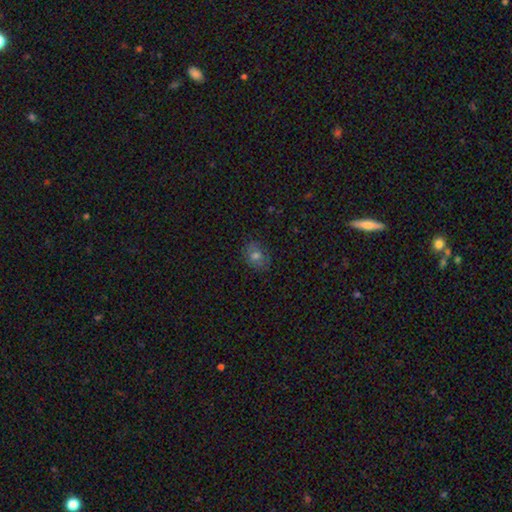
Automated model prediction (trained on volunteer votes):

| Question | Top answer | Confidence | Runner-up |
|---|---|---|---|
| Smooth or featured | smooth | 69% | star or artifact (16%) |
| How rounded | in between | 53% | round (46%) |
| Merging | none | 84% | minor disturbance (13%) |